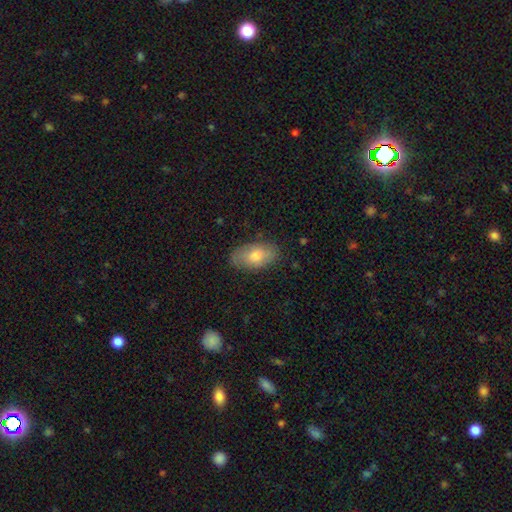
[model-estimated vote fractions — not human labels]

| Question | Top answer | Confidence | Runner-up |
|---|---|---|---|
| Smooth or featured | smooth | 74% | featured or disk (19%) |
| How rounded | in between | 93% | round (5%) |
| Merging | none | 81% | minor disturbance (15%) |